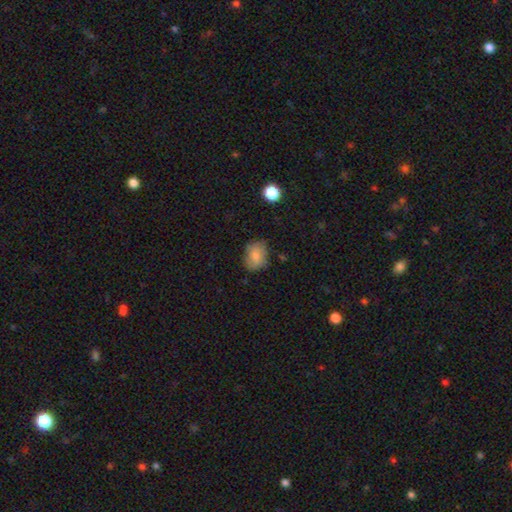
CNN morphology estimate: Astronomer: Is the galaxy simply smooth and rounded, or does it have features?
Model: smooth — 77%.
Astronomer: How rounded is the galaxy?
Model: in between — 63%.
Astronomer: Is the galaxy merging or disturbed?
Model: none — 74%.